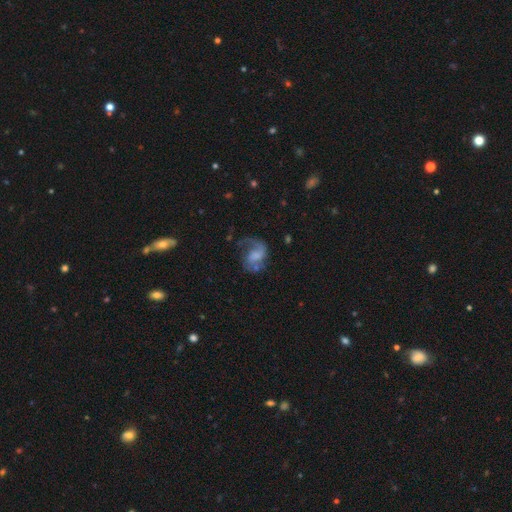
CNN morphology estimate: A featured or disk galaxy (72%) with no bar (57%), 1 (55%) loose (51%) spiral arms (89%) and no central bulge (43%).

Vote fractions:
- Smooth or featured? featured or disk: 72% / smooth: 20% / star or artifact: 8%
- Edge-on disk? no: 98% / yes: 2%
- Bar? no: 57% / weak: 36% / strong: 8%
- Spiral arms? yes: 89% / no: 11%
- Spiral winding? loose: 51% / medium: 38% / tight: 11%
- Spiral arm count? 1: 55% / 2: 38% / can't tell: 4% / 3: 1% / 4: 1% / more than 4: 1%
- Bulge size? none: 43% / small: 20% / moderate: 19% / large: 14% / dominant: 3%
- Merging? none: 39% / major disturbance: 37% / minor disturbance: 19% / merger: 5%